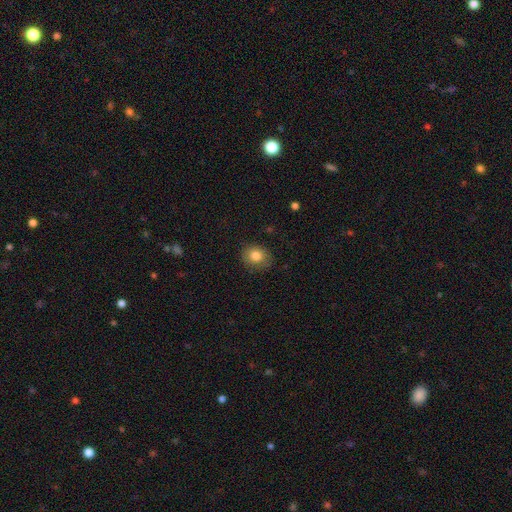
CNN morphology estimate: This appears to be a smooth galaxy with no disk features (82%) that is round (66%). Merging: none (79%).